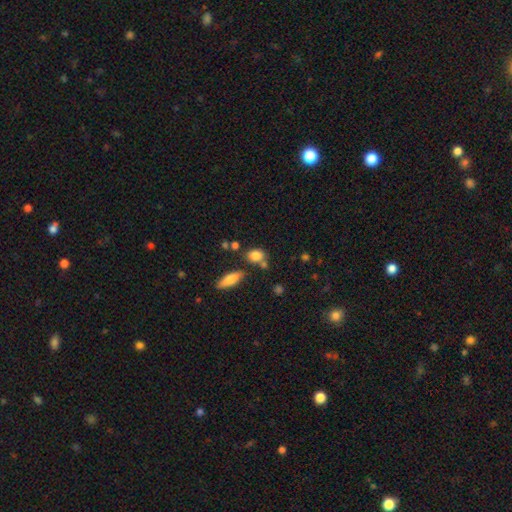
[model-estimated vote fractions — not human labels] Smooth or featured?
  - smooth: 82% *
  - star or artifact: 10%
  - featured or disk: 8%
How rounded?
  - in between: 64% *
  - round: 32%
  - cigar-shaped: 4%
Merging?
  - none: 62% *
  - merger: 19%
  - minor disturbance: 15%
  - major disturbance: 5%